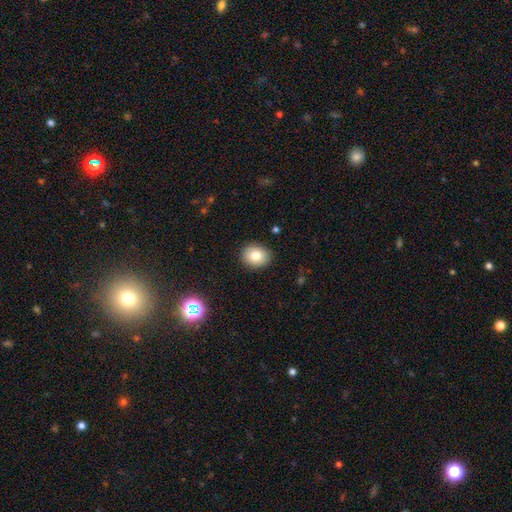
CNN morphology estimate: Smooth or featured? smooth (79%)
How rounded? round (63%)
Merging? none (90%)